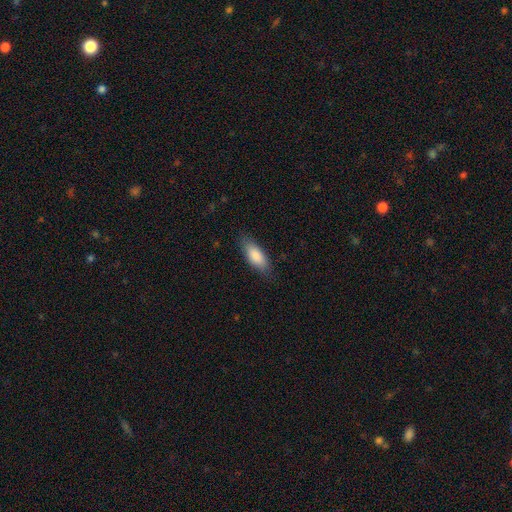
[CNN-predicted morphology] The model was most divided on "how rounded": in between: 78%, cigar-shaped: 21%, round: 2%. More confident: smooth or featured — smooth (86%); merging — none (83%).